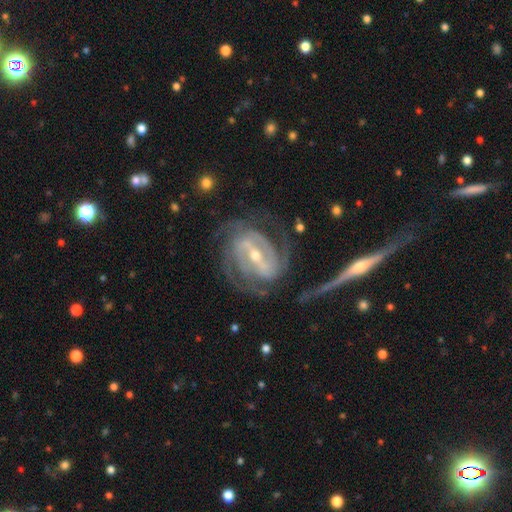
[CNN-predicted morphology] The model was most divided on "bulge size": small: 55%, moderate: 42%, large: 2%, none: 1%, dominant: 1%. Remaining: spiral arms — yes (97%); edge-on disk — no (96%); smooth or featured — featured or disk (91%); bar — strong (66%); merging — none (65%); spiral winding — tight (52%); spiral arm count — 2 (49%).